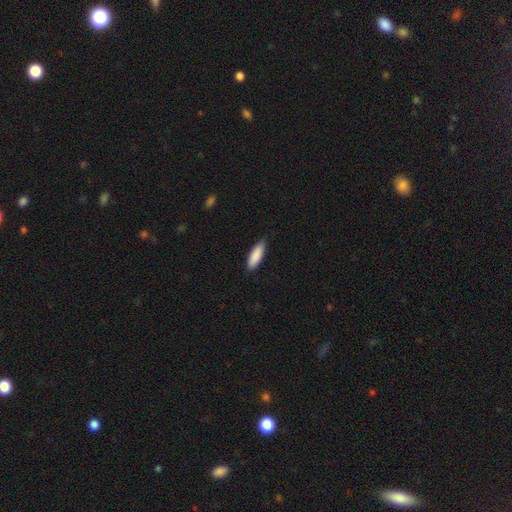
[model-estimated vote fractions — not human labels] A smooth galaxy with no disk features (89%) that is in between round and cigar-shaped (58%). Merging: none (79%).